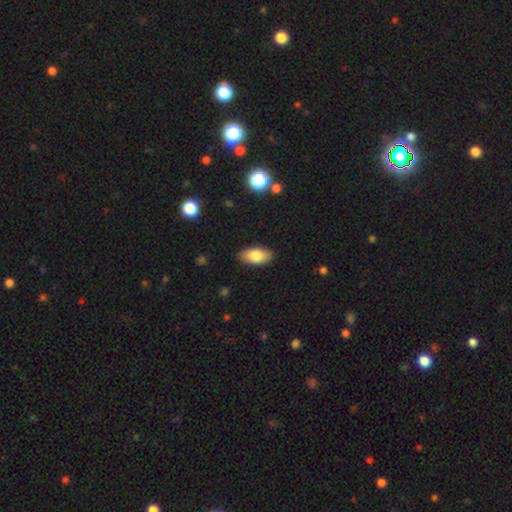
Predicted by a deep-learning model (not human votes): Overall: smooth (80%). How rounded: in between (91%). Merging: none (88%).